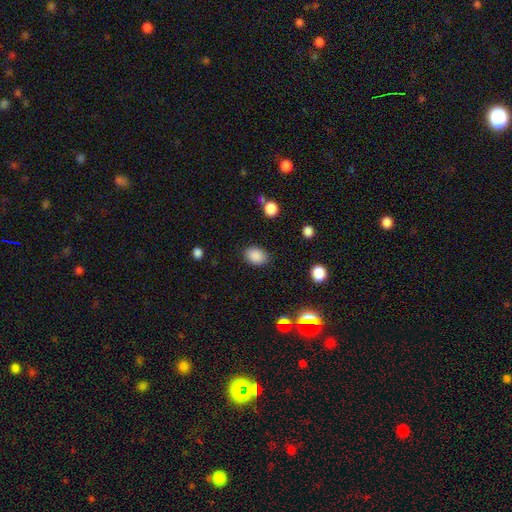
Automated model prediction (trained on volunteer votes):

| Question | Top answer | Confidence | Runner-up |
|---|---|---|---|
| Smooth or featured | smooth | 87% | star or artifact (9%) |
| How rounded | in between | 72% | round (27%) |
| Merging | none | 85% | minor disturbance (11%) |